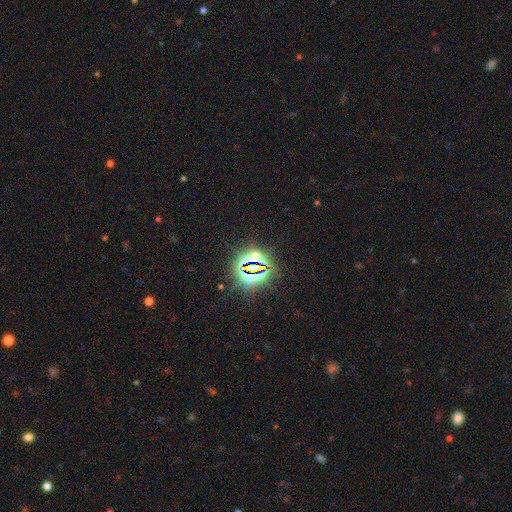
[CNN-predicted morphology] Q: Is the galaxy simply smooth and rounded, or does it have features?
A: star or artifact — 81%.